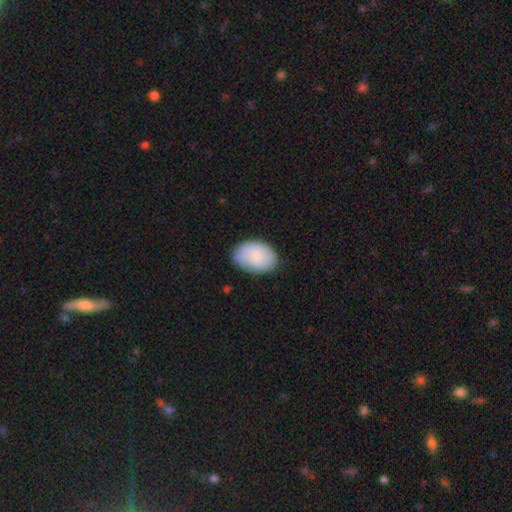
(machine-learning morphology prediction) A smooth galaxy with no disk features (79%) that is in between round and cigar-shaped (83%). Merging: none (75%).